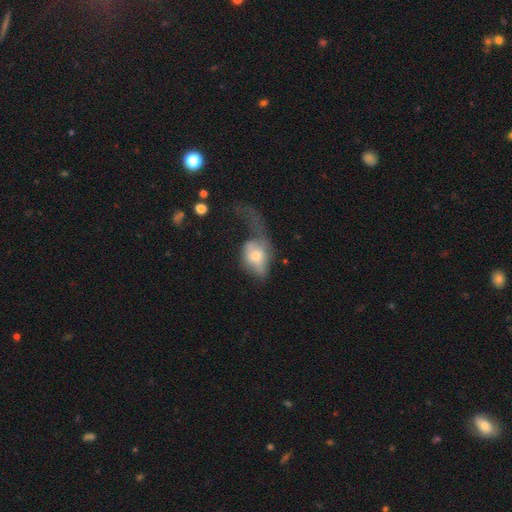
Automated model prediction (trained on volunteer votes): smooth-or-featured: smooth: 59% | featured or disk: 33% | star or artifact: 8%
  how-rounded: in between: 72% | round: 26% | cigar-shaped: 3%
  merging: major disturbance: 67% | minor disturbance: 14% | none: 13% | merger: 6%